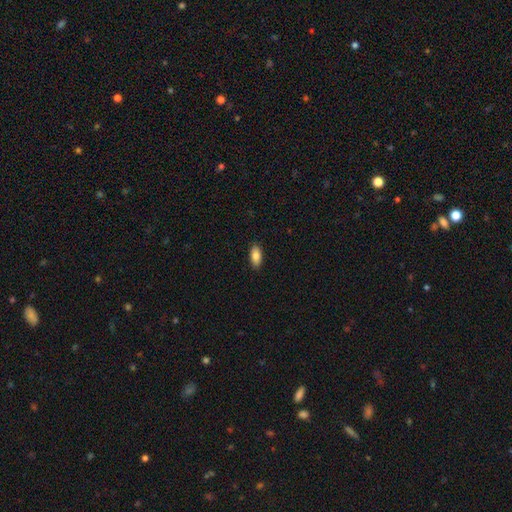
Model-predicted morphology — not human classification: Smooth or featured? Predicted: smooth (p=0.85). How rounded? Predicted: in between (p=0.89). Merging? Predicted: none (p=0.88).